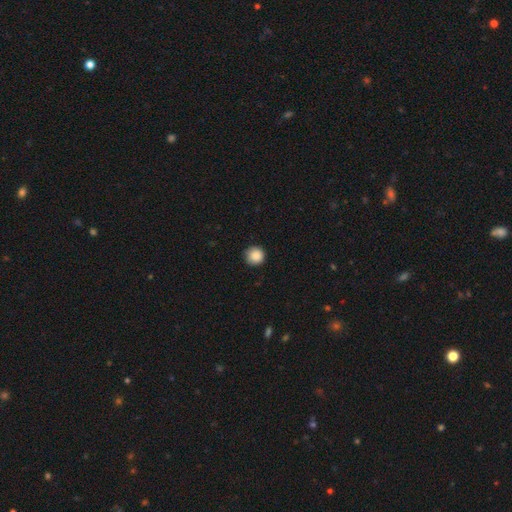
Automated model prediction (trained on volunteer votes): Smooth or featured? smooth (88%)
How rounded? round (95%)
Merging? none (88%)